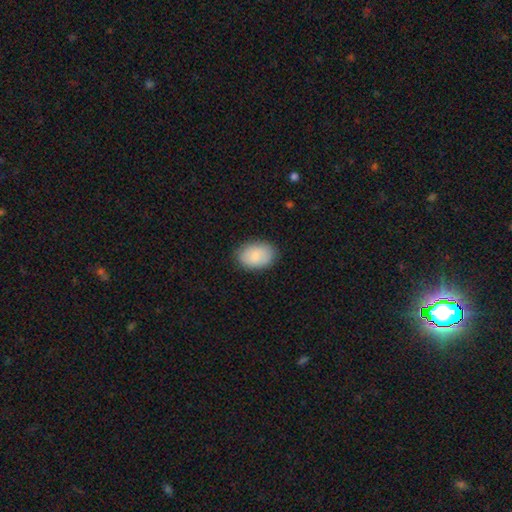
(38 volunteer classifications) A smooth galaxy with no disk features (82%) that is in between round and cigar-shaped (84%).

Vote fractions:
- Smooth or featured? smooth: 82% / featured or disk: 11% / star or artifact: 8%
- How rounded? in between: 84% / round: 16% / cigar-shaped: 0%
- Merging? none: 86% / minor disturbance: 11% / merger: 3% / major disturbance: 0%